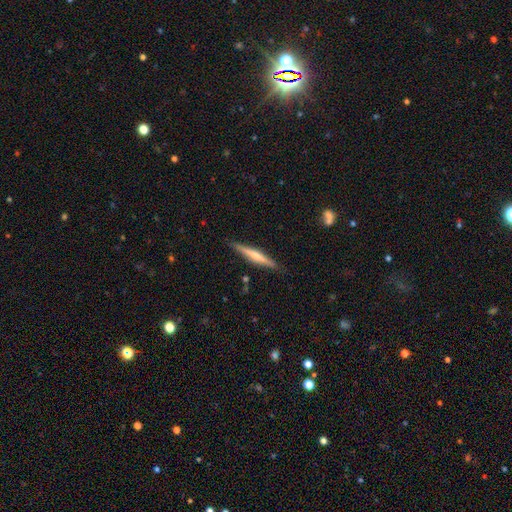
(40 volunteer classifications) smooth 45% (tied), featured or disk 45% (tied), star or artifact 10%. Down the decision tree: how rounded — cigar-shaped (94%); merging — none (94%).